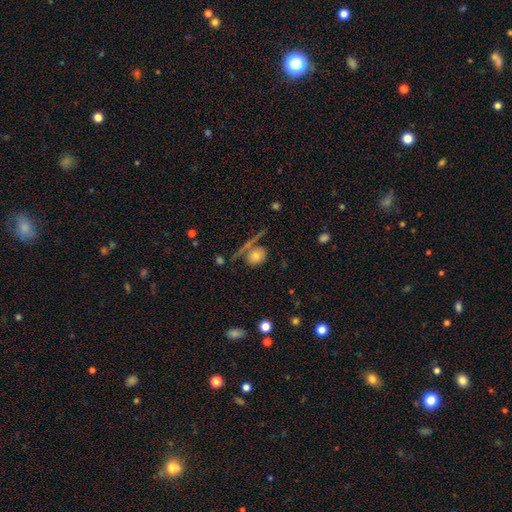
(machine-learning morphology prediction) smooth_or_featured: smooth (p=0.65) [alt: featured or disk p=0.25]
how_rounded: round (p=0.50) [alt: in between p=0.47]
merging: none (p=0.49) [alt: merger p=0.19]